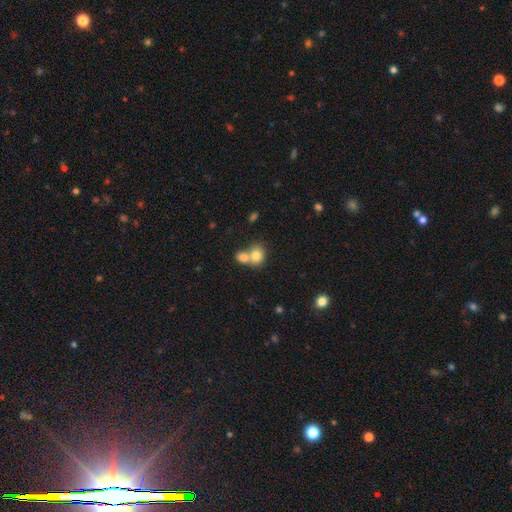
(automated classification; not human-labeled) Smooth or featured?
  - smooth: 79% *
  - featured or disk: 12%
  - star or artifact: 9%
How rounded?
  - round: 60% *
  - in between: 39%
  - cigar-shaped: 1%
Merging?
  - merger: 61% *
  - none: 30%
  - minor disturbance: 7%
  - major disturbance: 3%